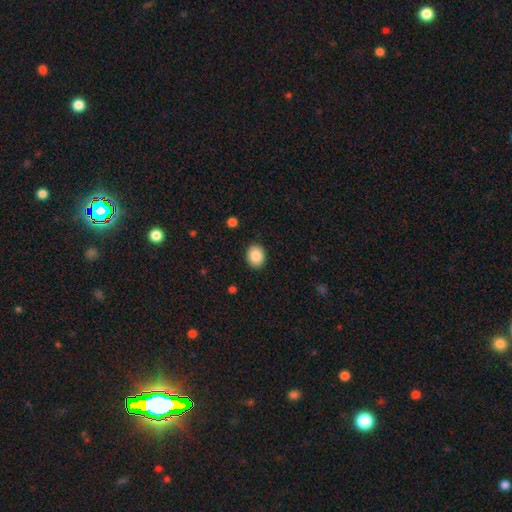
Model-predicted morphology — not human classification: The model was most divided on "how rounded": round: 53%, in between: 46%, cigar-shaped: 1%. More confident: merging — none (90%); smooth or featured — smooth (87%).